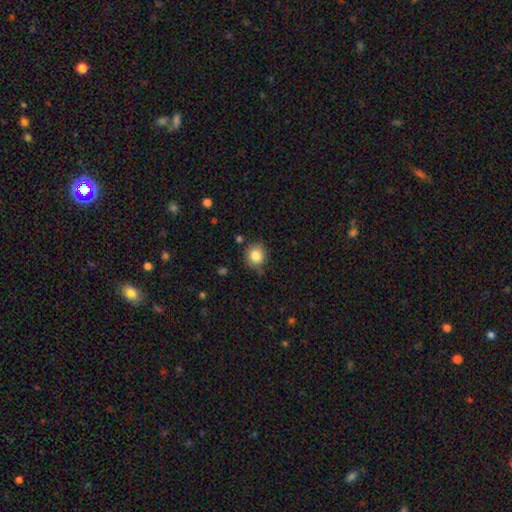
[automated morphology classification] The model was most divided on "how rounded": round: 79%, in between: 20%, cigar-shaped: 1%. More confident: smooth or featured — smooth (84%); merging — none (78%).